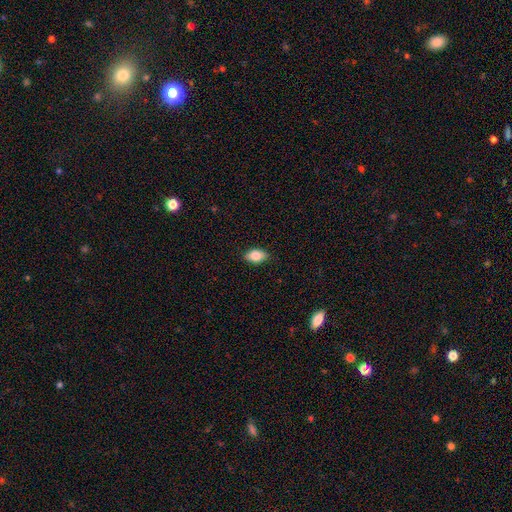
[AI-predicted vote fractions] Smooth or featured: smooth — 86% (star or artifact — 7%)
How rounded: in between — 88% (round — 10%)
Merging: none — 86% (minor disturbance — 11%)